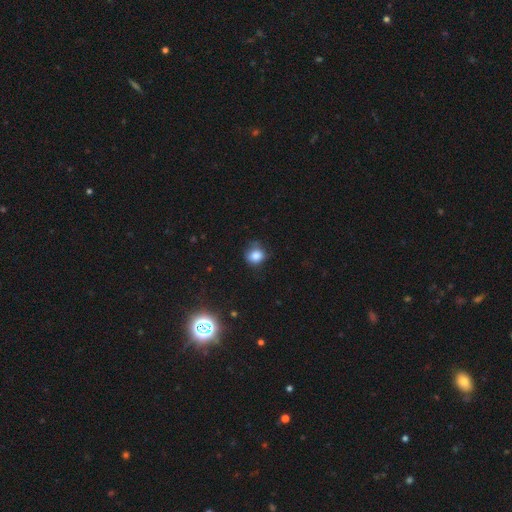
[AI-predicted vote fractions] Smooth or featured? smooth (82%)
How rounded? round (75%)
Merging? none (66%)